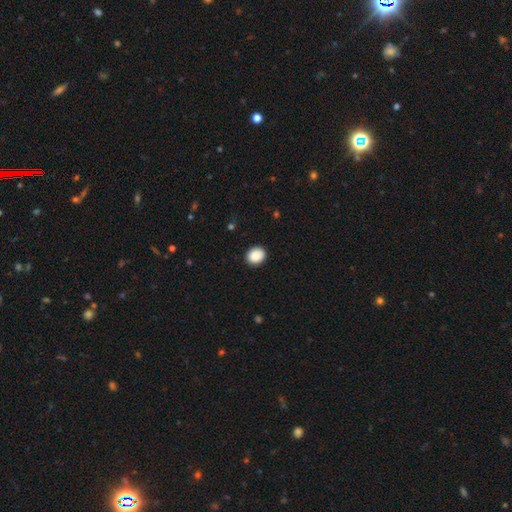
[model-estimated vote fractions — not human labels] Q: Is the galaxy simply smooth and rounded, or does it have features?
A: smooth — 89%.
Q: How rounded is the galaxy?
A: round — 66%.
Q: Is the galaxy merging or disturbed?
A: none — 91%.